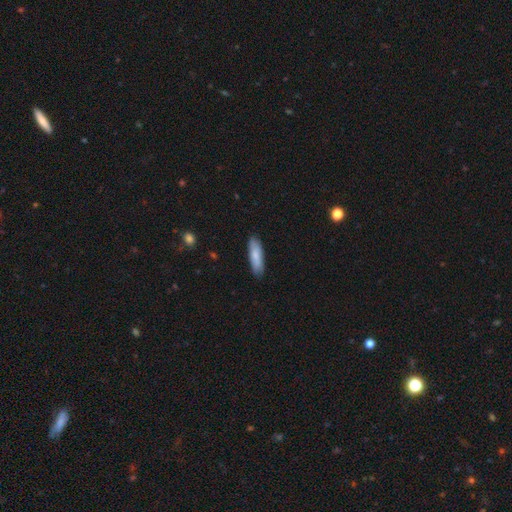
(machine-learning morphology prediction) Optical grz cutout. It shows a smooth galaxy with no disk features (80%) that is cigar-shaped (55%). Merging: none (85%).